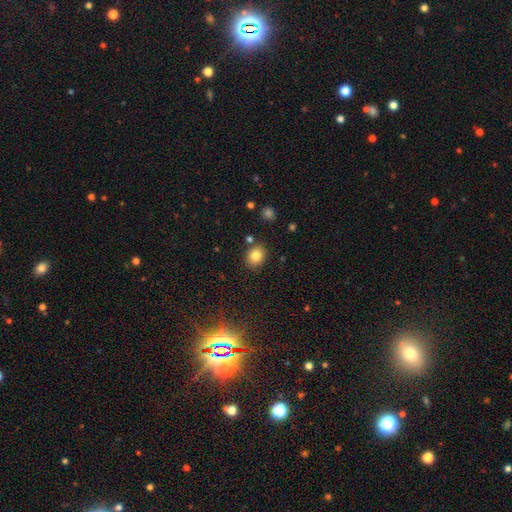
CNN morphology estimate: Smooth or featured: smooth — 82% (star or artifact — 11%)
How rounded: round — 63% (in between — 36%)
Merging: none — 83% (minor disturbance — 9%)